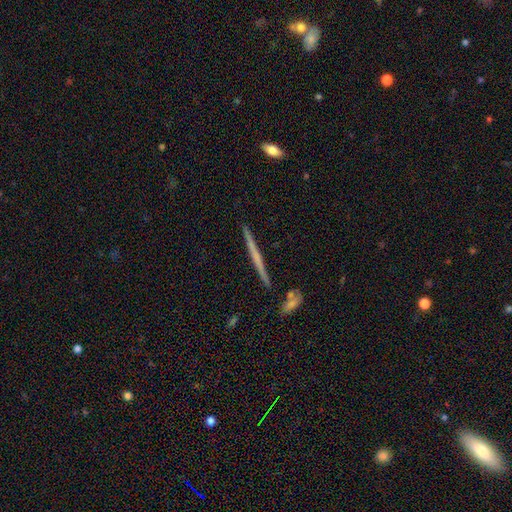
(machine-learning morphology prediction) The model was most divided on "smooth or featured": featured or disk: 60%, smooth: 33%, star or artifact: 7%. More confident: edge-on disk — yes (98%); merging — none (90%); edge-on bulge — none (78%).